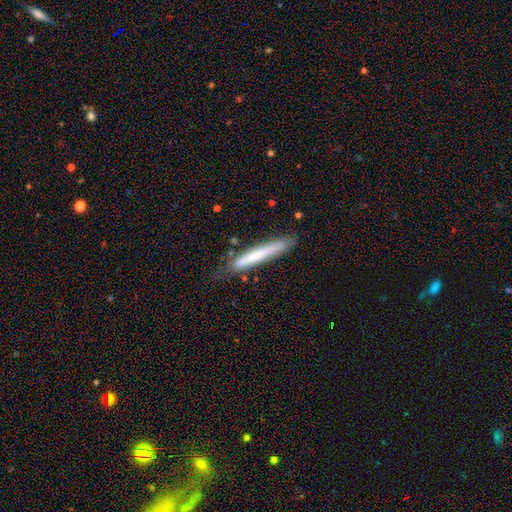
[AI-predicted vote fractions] Smooth or featured? Predicted: smooth (p=0.60). How rounded? Predicted: cigar-shaped (p=0.95). Merging? Predicted: none (p=0.73).